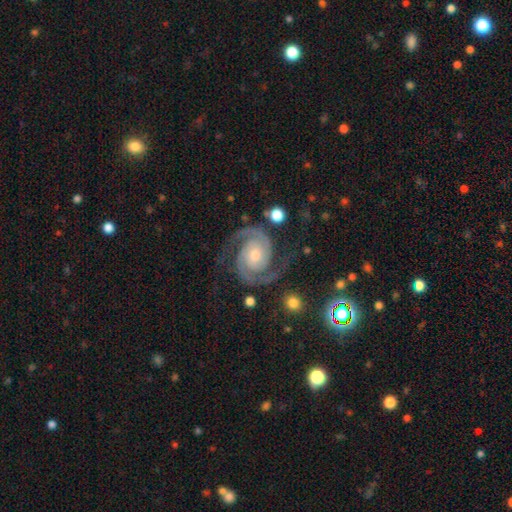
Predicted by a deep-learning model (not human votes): Q: Smooth or featured?
A: featured or disk (93%); runner-up: star or artifact (5%)
Q: Edge-on disk?
A: no (98%); runner-up: yes (2%)
Q: Bar?
A: no (71%); runner-up: weak (20%)
Q: Spiral arms?
A: yes (99%); runner-up: no (1%)
Q: Spiral winding?
A: tight (51%); runner-up: medium (43%)
Q: Spiral arm count?
A: 2 (94%); runner-up: 3 (2%)
Q: Bulge size?
A: moderate (51%); runner-up: small (43%)
Q: Merging?
A: none (81%); runner-up: minor disturbance (12%)